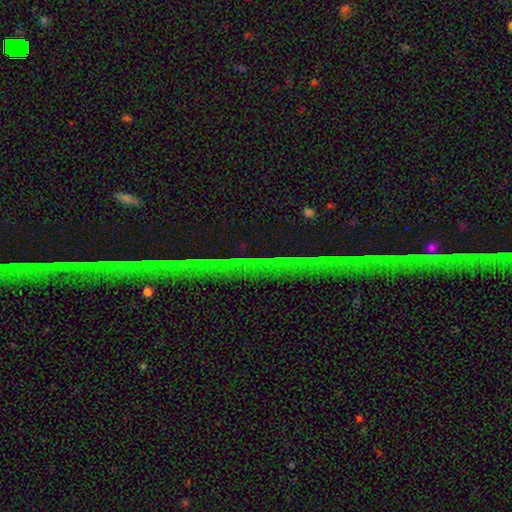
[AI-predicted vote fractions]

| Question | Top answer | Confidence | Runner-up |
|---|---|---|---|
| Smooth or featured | star or artifact | 76% | featured or disk (14%) |